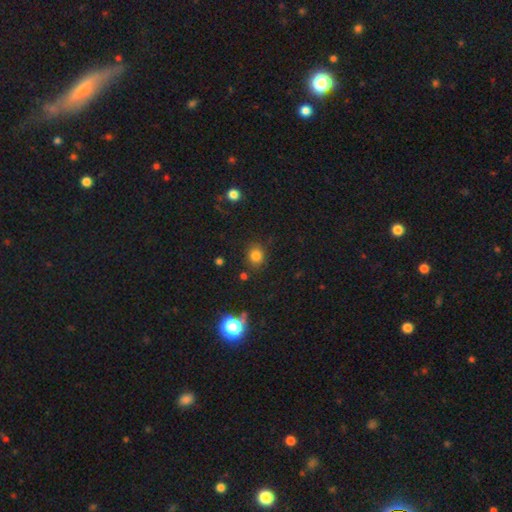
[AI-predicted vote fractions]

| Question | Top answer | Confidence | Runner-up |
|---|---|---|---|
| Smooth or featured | smooth | 79% | star or artifact (15%) |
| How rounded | round | 80% | in between (19%) |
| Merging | none | 84% | minor disturbance (10%) |